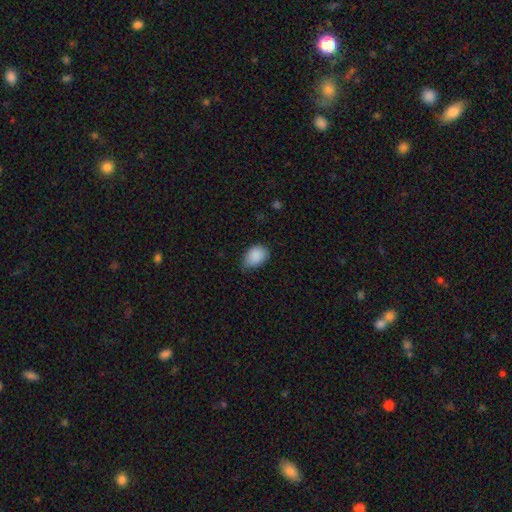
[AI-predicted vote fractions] Smooth or featured? smooth (88%)
How rounded? in between (78%)
Merging? none (64%)